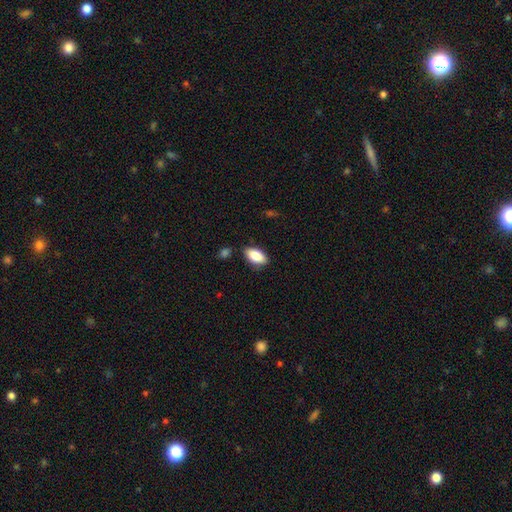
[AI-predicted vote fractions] A smooth galaxy with no disk features (87%) that is in between round and cigar-shaped (92%).

Vote fractions:
- Smooth or featured? smooth: 87% / featured or disk: 7% / star or artifact: 7%
- How rounded? in between: 92% / cigar-shaped: 5% / round: 3%
- Merging? none: 82% / minor disturbance: 13% / major disturbance: 3% / merger: 2%